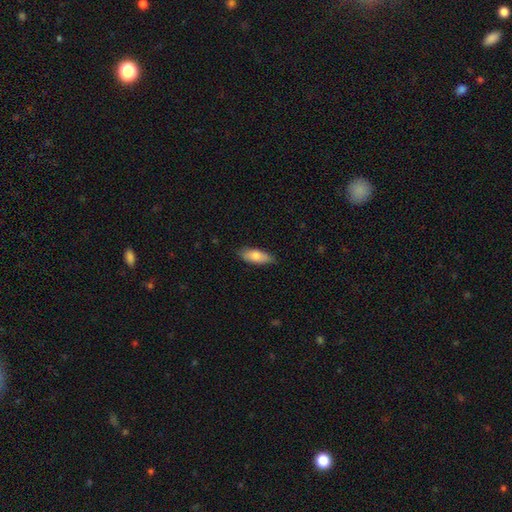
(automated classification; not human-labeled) Overall: smooth (78%). How rounded: in between (75%). Merging: none (80%).